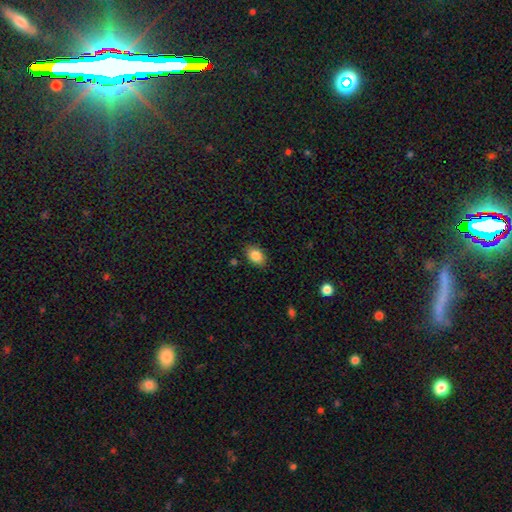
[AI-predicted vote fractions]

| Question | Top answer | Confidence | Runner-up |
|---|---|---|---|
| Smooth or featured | smooth | 86% | star or artifact (8%) |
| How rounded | in between | 81% | round (18%) |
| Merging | none | 86% | minor disturbance (10%) |